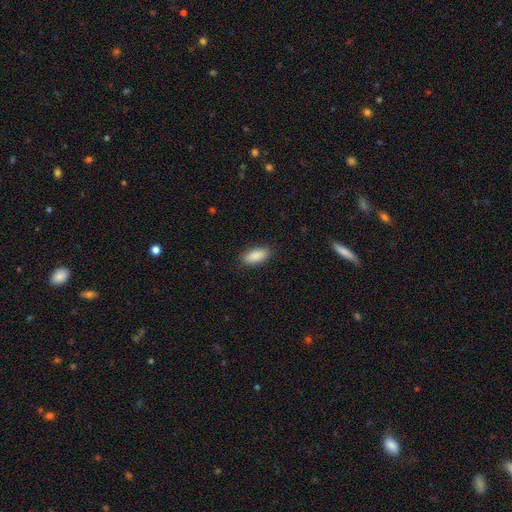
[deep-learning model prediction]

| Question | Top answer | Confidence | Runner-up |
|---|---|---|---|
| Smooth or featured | smooth | 90% | star or artifact (6%) |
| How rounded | in between | 86% | cigar-shaped (12%) |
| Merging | none | 89% | minor disturbance (8%) |